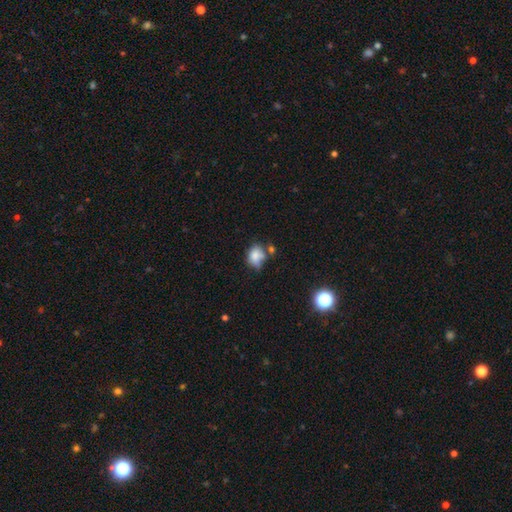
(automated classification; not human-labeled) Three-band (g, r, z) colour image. It shows a smooth galaxy with no disk features (78%) that is in between round and cigar-shaped (55%). Merging: none (40%).